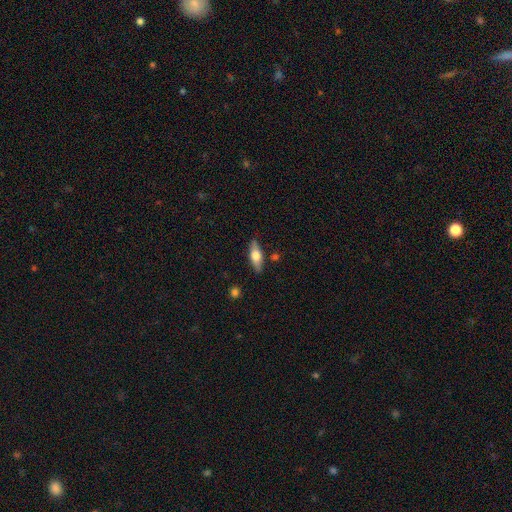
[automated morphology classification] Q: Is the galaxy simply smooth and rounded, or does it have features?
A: smooth — 55%.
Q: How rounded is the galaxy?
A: in between — 63%.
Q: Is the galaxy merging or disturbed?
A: none — 83%.